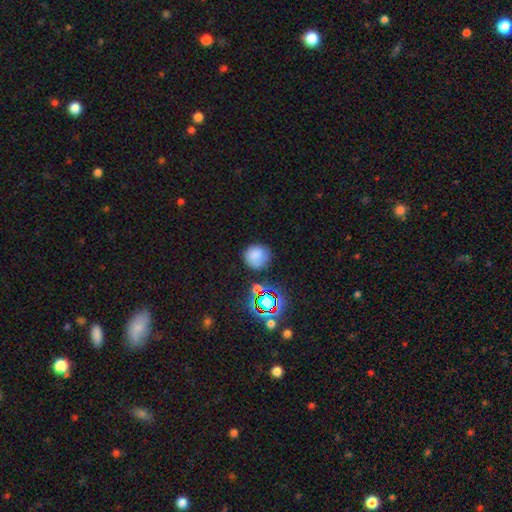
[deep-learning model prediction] Smooth or featured? Predicted: smooth (p=0.75). How rounded? Predicted: round (p=0.91). Merging? Predicted: none (p=0.76).